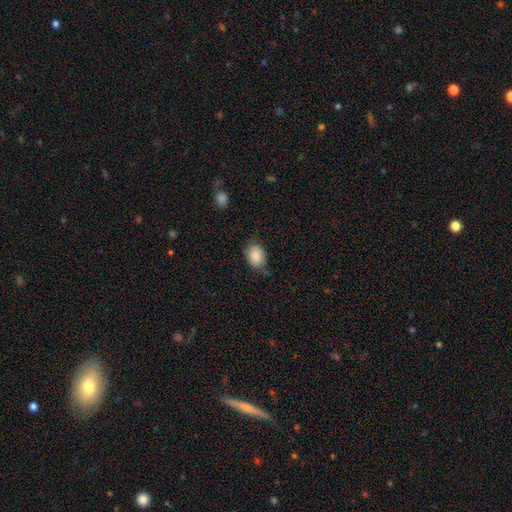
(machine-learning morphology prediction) smooth 85%, star or artifact 8%, featured or disk 7%. Down the decision tree: how rounded — in between (66%); merging — none (74%).